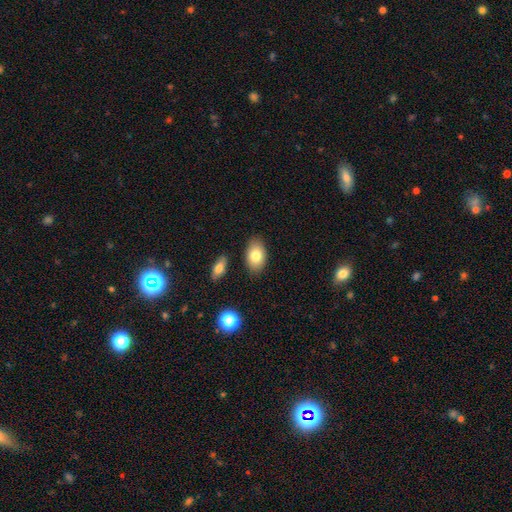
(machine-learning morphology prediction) Smooth or featured? Predicted: smooth (p=0.79). How rounded? Predicted: in between (p=0.90). Merging? Predicted: none (p=0.84).